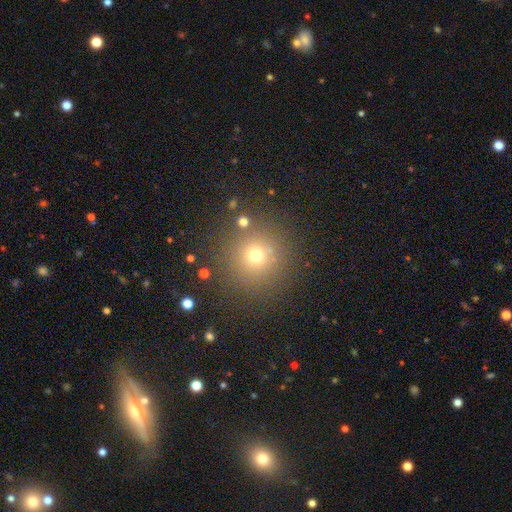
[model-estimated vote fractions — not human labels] Morphology: type=smooth (68%); roundness=round (94%); merging=none (84%).